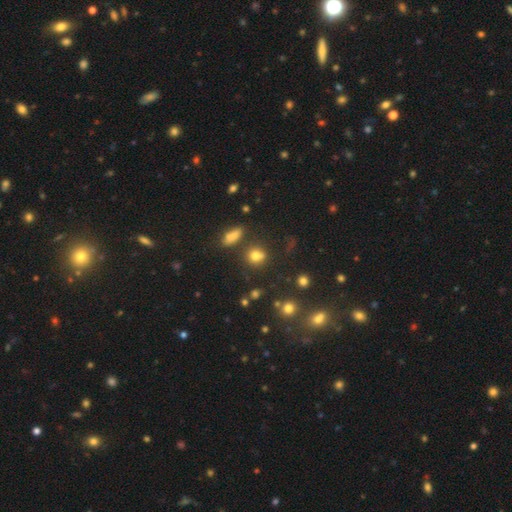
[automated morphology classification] smooth_or_featured: smooth (p=0.77) [alt: star or artifact p=0.15]
how_rounded: round (p=0.73) [alt: in between p=0.24]
merging: none (p=0.68) [alt: minor disturbance p=0.14]